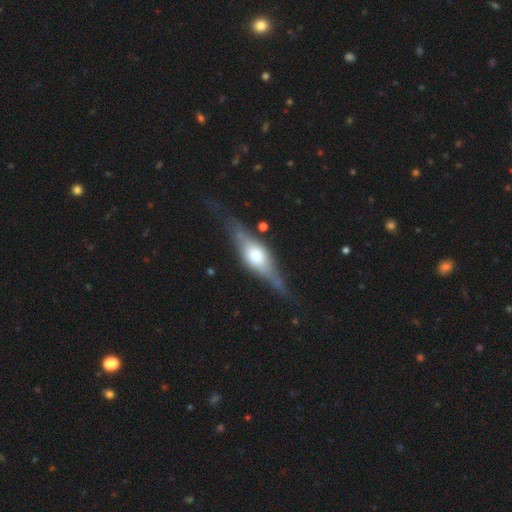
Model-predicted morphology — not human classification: Q: Smooth or featured?
A: featured or disk (65%); runner-up: smooth (29%)
Q: Edge-on disk?
A: yes (90%); runner-up: no (10%)
Q: Edge-on bulge?
A: rounded (87%); runner-up: boxy (10%)
Q: Merging?
A: none (73%); runner-up: minor disturbance (18%)